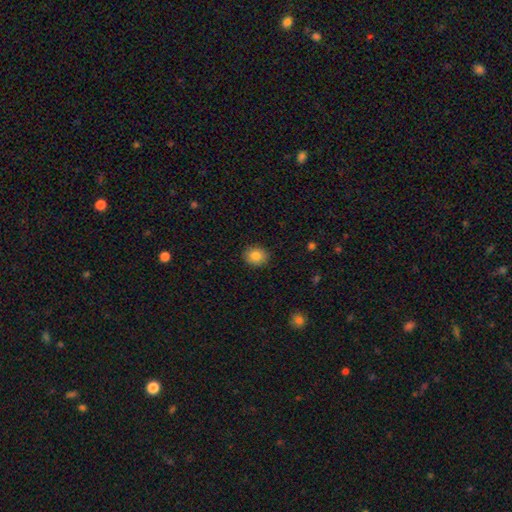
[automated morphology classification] This appears to be a smooth galaxy with no disk features (84%) that is round (65%). Merging: none (89%).